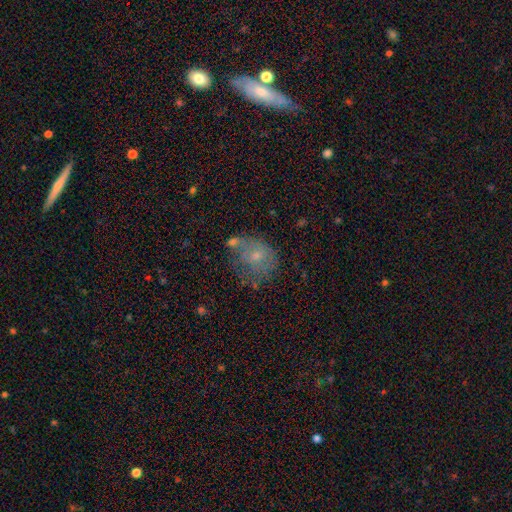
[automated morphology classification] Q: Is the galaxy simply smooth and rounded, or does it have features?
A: smooth — 53%.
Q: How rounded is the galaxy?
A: round — 60%.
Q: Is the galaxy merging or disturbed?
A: none — 40%.